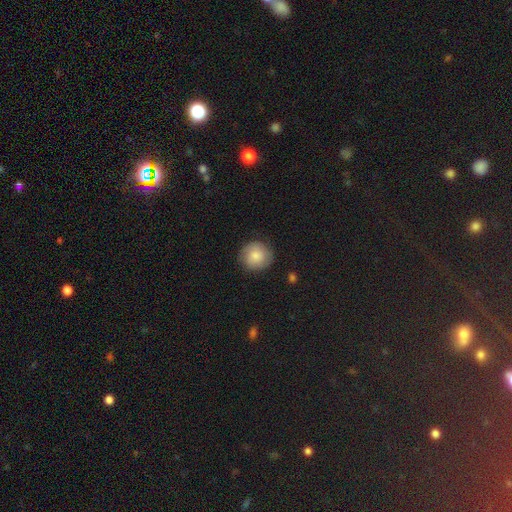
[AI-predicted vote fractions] Smooth or featured? smooth (77%)
How rounded? round (91%)
Merging? none (84%)